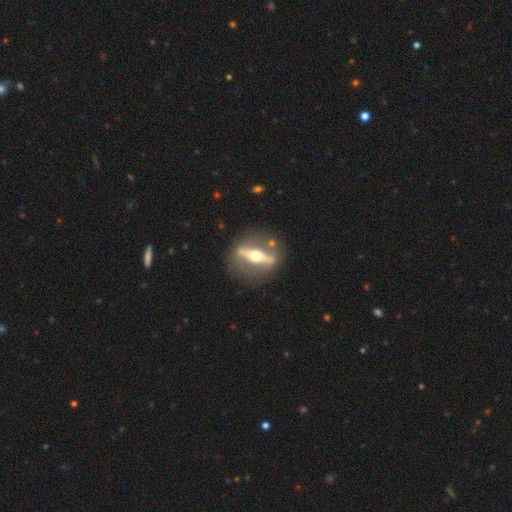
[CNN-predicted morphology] Overall: featured or disk (82%). Edge-on disk: yes (69%; no 31%). Edge-on bulge: rounded (95%). Merging: none (81%).